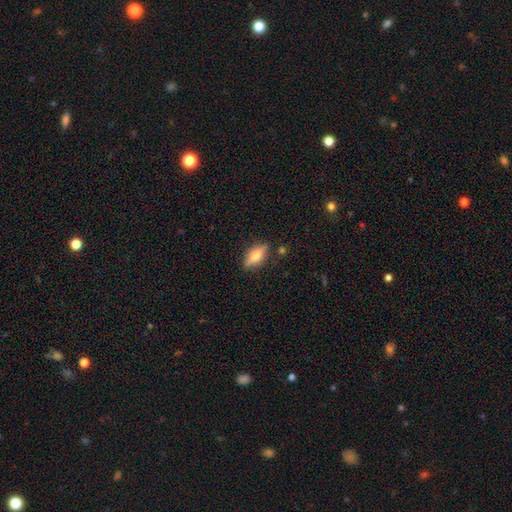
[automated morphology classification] A smooth galaxy with no disk features (50%) that is in between round and cigar-shaped (64%).

Vote fractions:
- Smooth or featured? smooth: 50% / featured or disk: 43% / star or artifact: 7%
- How rounded? in between: 64% / cigar-shaped: 32% / round: 4%
- Merging? none: 84% / minor disturbance: 11% / major disturbance: 3% / merger: 2%